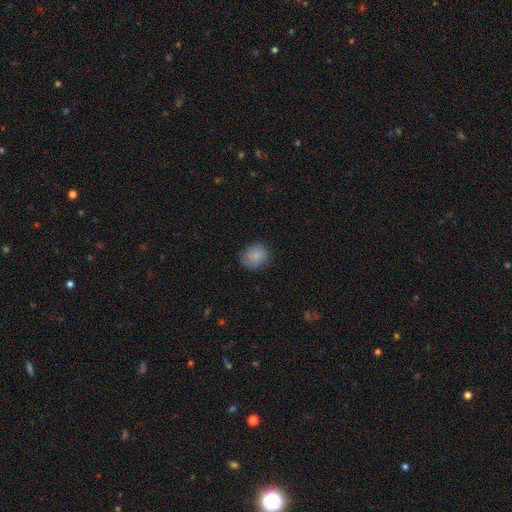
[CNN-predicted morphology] The model was most divided on "how rounded": round: 57%, in between: 42%, cigar-shaped: 1%. More confident: smooth or featured — smooth (86%); merging — none (82%).